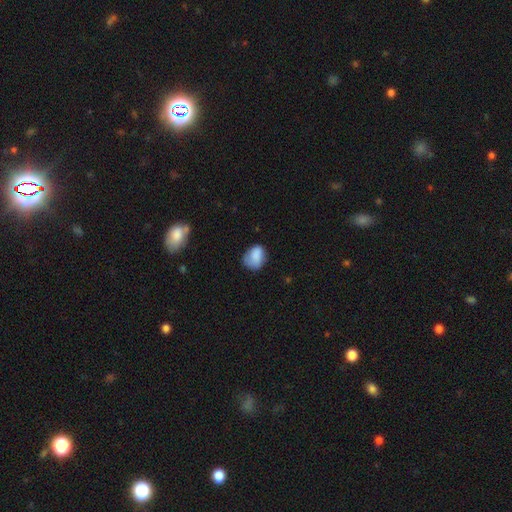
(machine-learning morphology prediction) Overall: smooth (82%). How rounded: in between (58%; round 41%). Merging: none (53%; minor disturbance 34%).